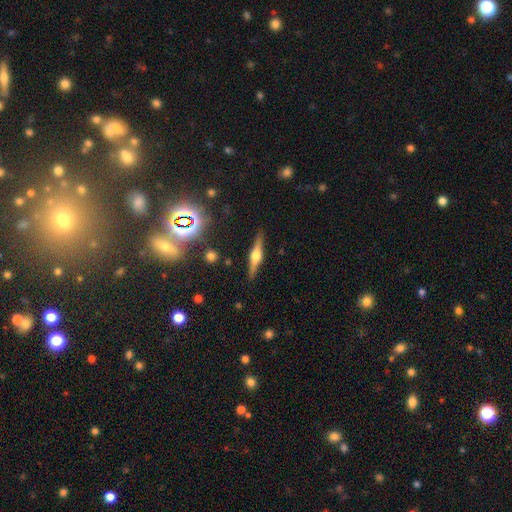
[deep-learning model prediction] featured or disk 75%, smooth 17%, star or artifact 7%. Down the decision tree: edge-on disk — yes (97%); edge-on bulge — rounded (90%); merging — none (89%).